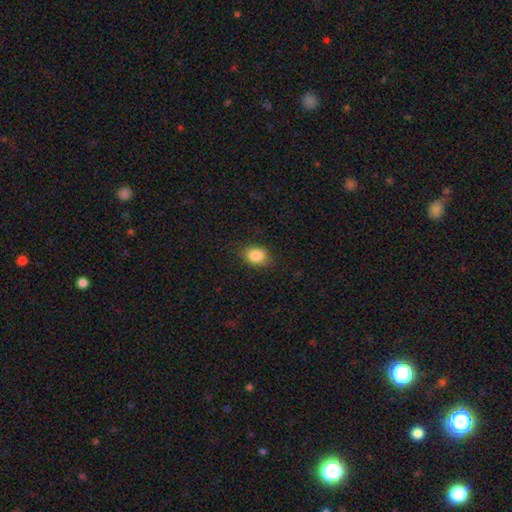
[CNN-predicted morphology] A smooth galaxy with no disk features (85%) that is in between round and cigar-shaped (70%).

Vote fractions:
- Smooth or featured? smooth: 85% / star or artifact: 9% / featured or disk: 6%
- How rounded? in between: 70% / round: 29% / cigar-shaped: 1%
- Merging? none: 79% / minor disturbance: 16% / major disturbance: 4% / merger: 1%